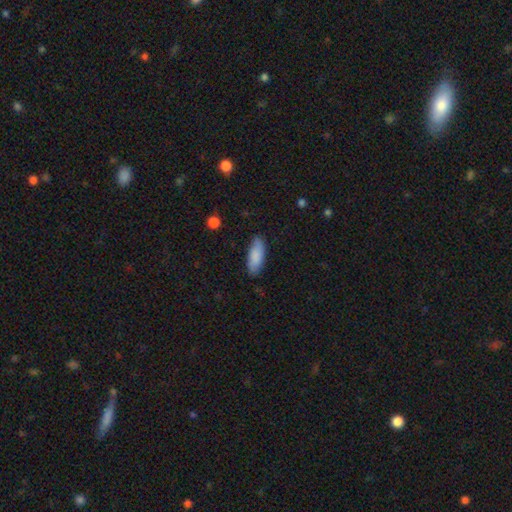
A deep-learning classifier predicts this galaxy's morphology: type=smooth (86%); roundness=in between (70%); merging=none (84%).